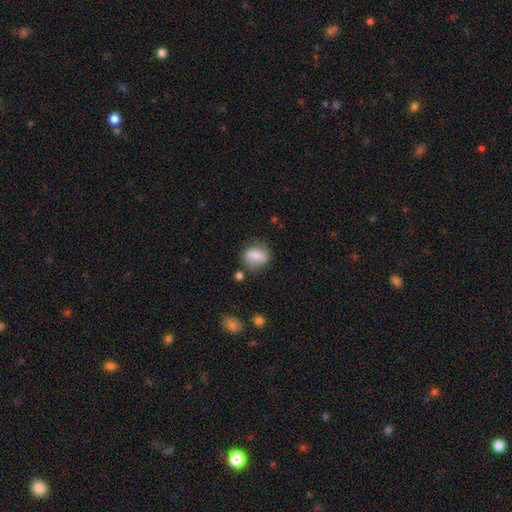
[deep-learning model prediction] Smooth or featured? smooth (73%)
How rounded? in between (51%)
Merging? none (69%)